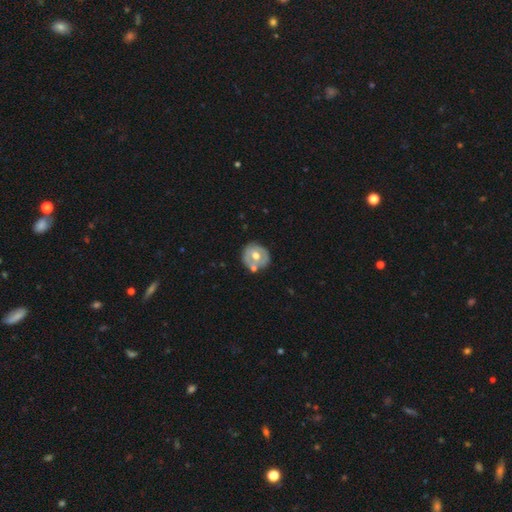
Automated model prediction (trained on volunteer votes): Smooth or featured: featured or disk — 48% (smooth — 46%)
Merging: none — 68% (minor disturbance — 15%)